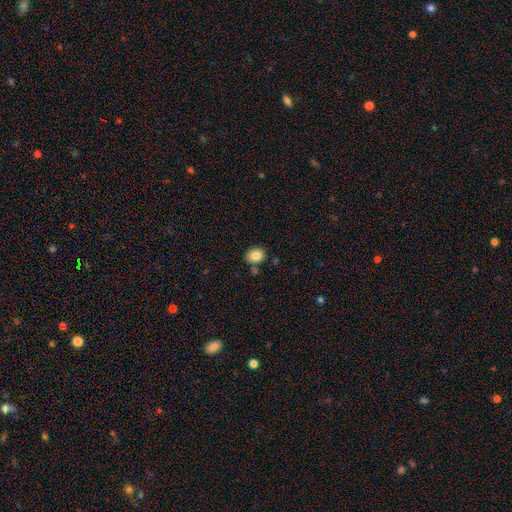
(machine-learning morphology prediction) Smooth or featured? smooth (85%)
How rounded? in between (51%)
Merging? none (75%)